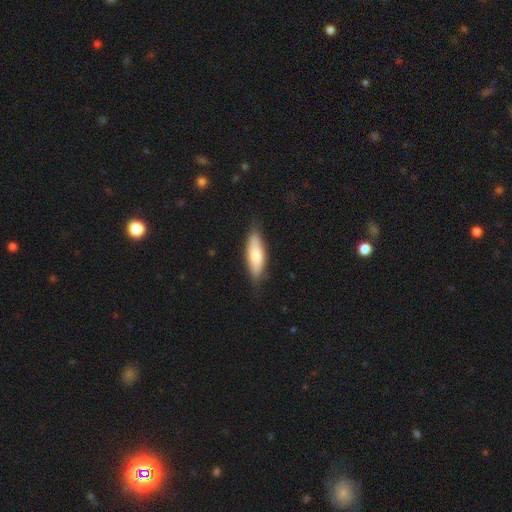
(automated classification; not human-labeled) smooth_or_featured: smooth (p=0.70) [alt: featured or disk p=0.25]
how_rounded: in between (p=0.52) [alt: cigar-shaped p=0.46]
merging: none (p=0.79) [alt: minor disturbance p=0.17]